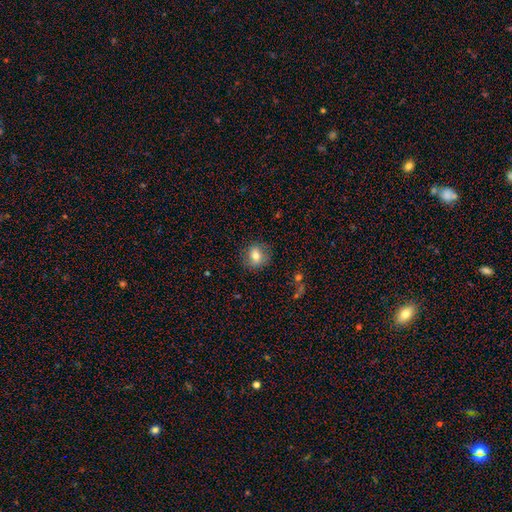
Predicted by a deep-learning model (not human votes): smooth-or-featured: smooth: 72% | featured or disk: 18% | star or artifact: 10%
  how-rounded: round: 72% | in between: 27% | cigar-shaped: 1%
  merging: none: 83% | minor disturbance: 12% | major disturbance: 4% | merger: 1%